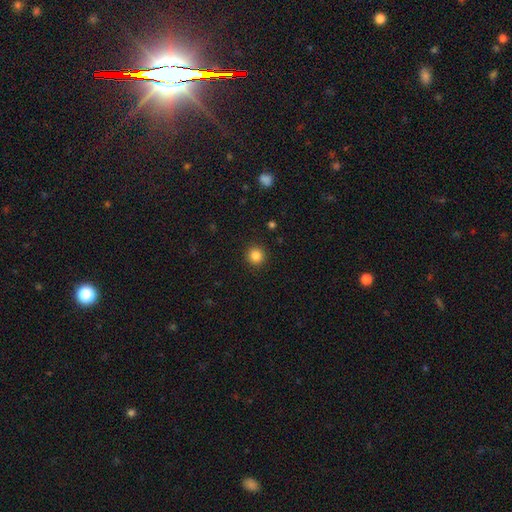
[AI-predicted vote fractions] smooth_or_featured: smooth (p=0.85) [alt: star or artifact p=0.11]
how_rounded: round (p=0.94) [alt: in between p=0.05]
merging: none (p=0.92) [alt: minor disturbance p=0.05]